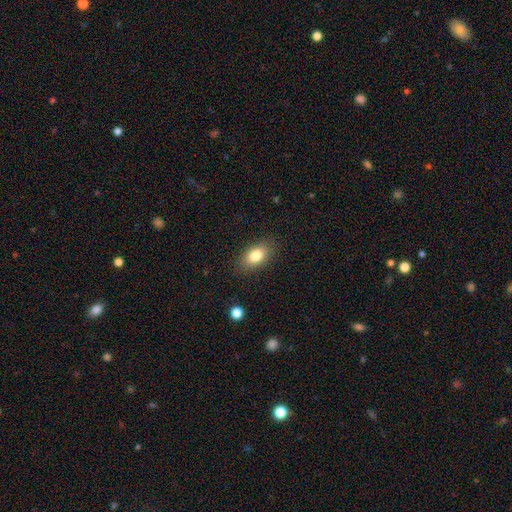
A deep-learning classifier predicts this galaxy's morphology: This is clearly a smooth galaxy (81%). How rounded: clearly in between (88%). Merging: clearly none (85%).